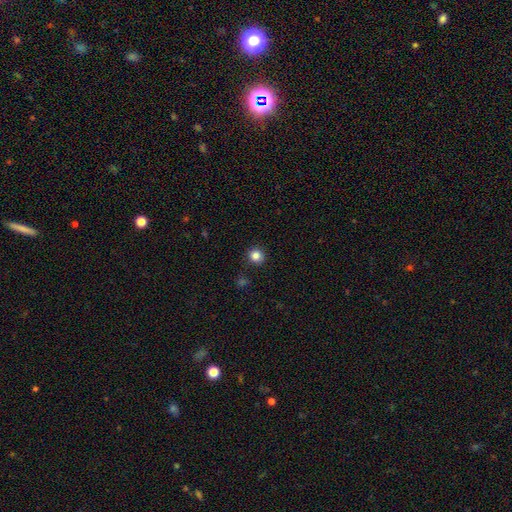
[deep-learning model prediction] smooth-or-featured: smooth: 84% | star or artifact: 11% | featured or disk: 5%
  how-rounded: round: 91% | in between: 8% | cigar-shaped: 1%
  merging: none: 90% | minor disturbance: 6% | major disturbance: 2% | merger: 2%